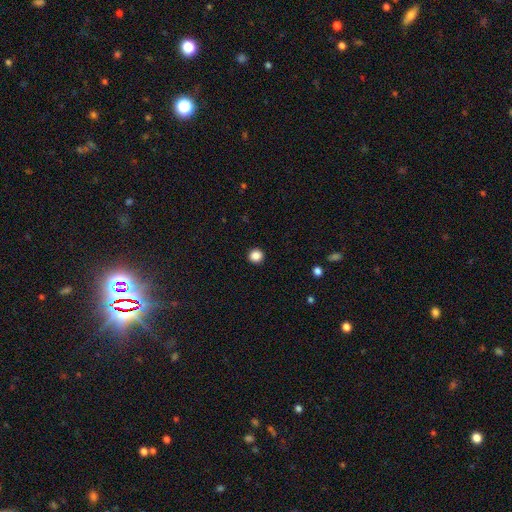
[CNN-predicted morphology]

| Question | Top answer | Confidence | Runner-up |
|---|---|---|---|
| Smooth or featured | smooth | 86% | star or artifact (10%) |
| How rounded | round | 94% | in between (5%) |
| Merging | none | 94% | minor disturbance (4%) |